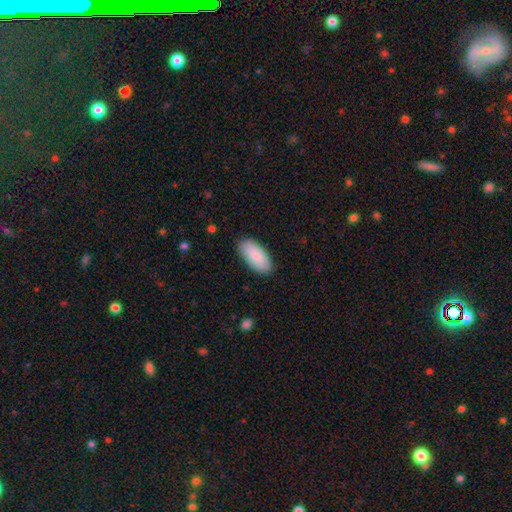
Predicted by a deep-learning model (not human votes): Morphology: type=smooth (88%); roundness=in between (92%); merging=none (88%).